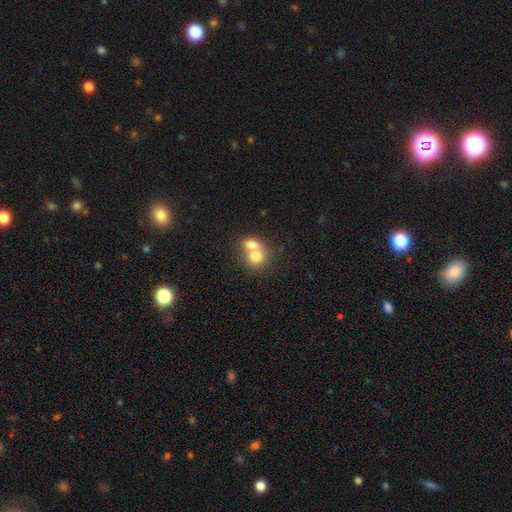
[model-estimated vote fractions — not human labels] A smooth galaxy with no disk features (72%) that is round (71%). Merging: merger (70%).